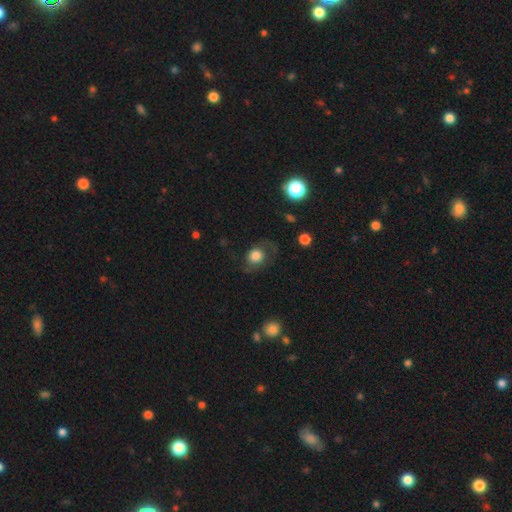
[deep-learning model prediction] A smooth galaxy with no disk features (62%) that is round (65%).

Vote fractions:
- Smooth or featured? smooth: 62% / featured or disk: 29% / star or artifact: 9%
- How rounded? round: 65% / in between: 34% / cigar-shaped: 1%
- Merging? none: 58% / major disturbance: 21% / minor disturbance: 19% / merger: 2%